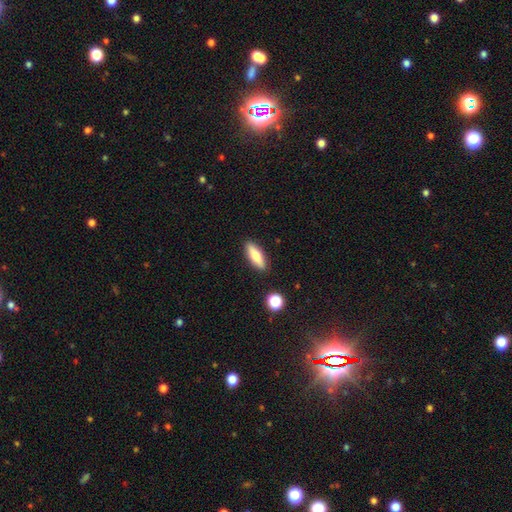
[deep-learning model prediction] Smooth or featured? Predicted: smooth (p=0.73). How rounded? Predicted: in between (p=0.50). Merging? Predicted: none (p=0.88).